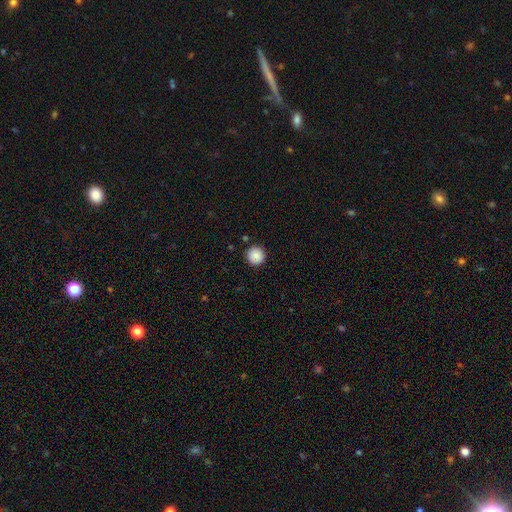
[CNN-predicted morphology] Q: Smooth or featured?
A: smooth (88%); runner-up: star or artifact (9%)
Q: How rounded?
A: round (96%); runner-up: in between (3%)
Q: Merging?
A: none (92%); runner-up: minor disturbance (5%)